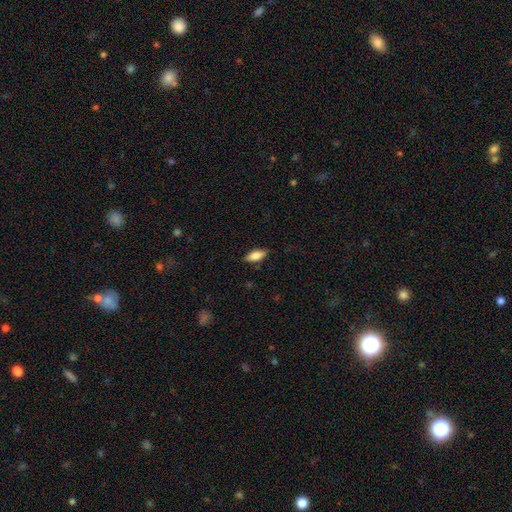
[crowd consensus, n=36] smooth_or_featured: smooth (p=0.89) [alt: featured or disk p=0.08]
how_rounded: in between (p=0.91) [alt: round p=0.06]
merging: none (p=0.89) [alt: minor disturbance p=0.09]